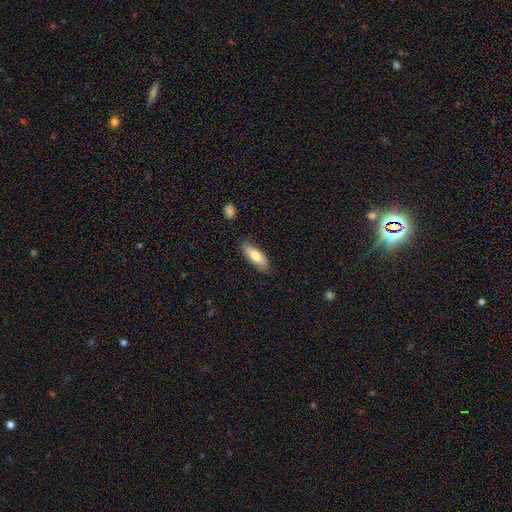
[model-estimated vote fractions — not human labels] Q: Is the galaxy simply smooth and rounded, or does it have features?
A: smooth — 74%.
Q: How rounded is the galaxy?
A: in between — 66%.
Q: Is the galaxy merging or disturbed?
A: none — 82%.